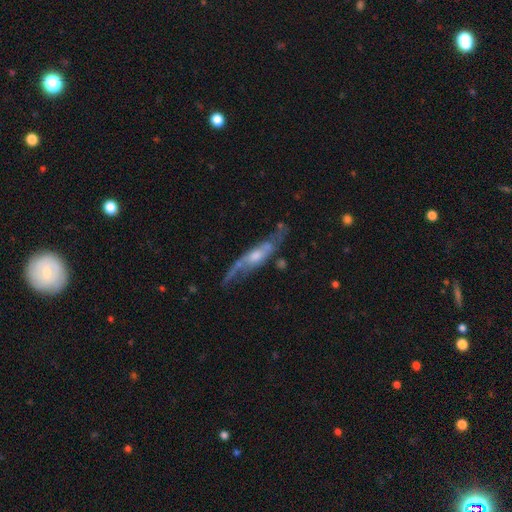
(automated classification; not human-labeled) smooth-or-featured: featured or disk: 77% | smooth: 16% | star or artifact: 7%
  disk-edge-on: no: 53% | yes: 47%
  merging: none: 60% | minor disturbance: 23% | major disturbance: 13% | merger: 4%